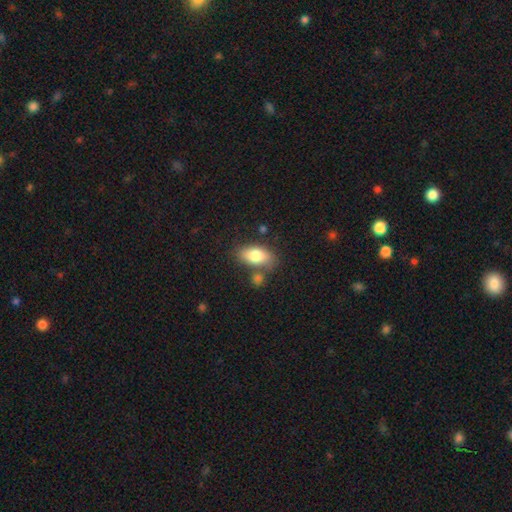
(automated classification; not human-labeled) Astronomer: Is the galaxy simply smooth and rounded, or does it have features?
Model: smooth — 80%.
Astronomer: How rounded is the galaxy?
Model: in between — 89%.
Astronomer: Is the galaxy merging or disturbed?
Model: none — 67%.